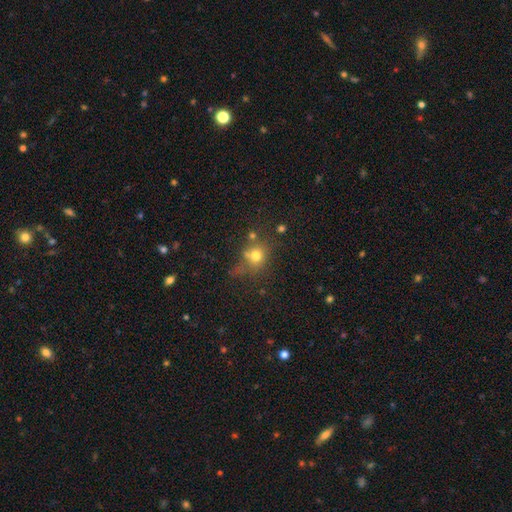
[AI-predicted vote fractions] Smooth or featured? Predicted: smooth (p=0.70). How rounded? Predicted: round (p=0.76). Merging? Predicted: none (p=0.55).